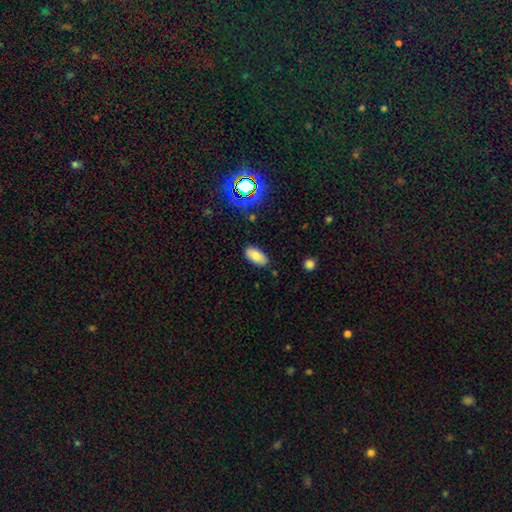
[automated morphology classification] This is likely a smooth galaxy (78%). How rounded: clearly in between (92%). Merging: clearly none (85%).